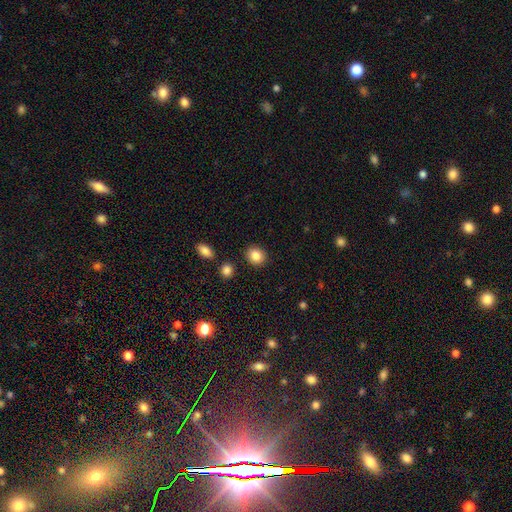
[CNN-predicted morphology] Smooth or featured: smooth — 85% (star or artifact — 9%)
How rounded: round — 73% (in between — 26%)
Merging: none — 88% (minor disturbance — 7%)